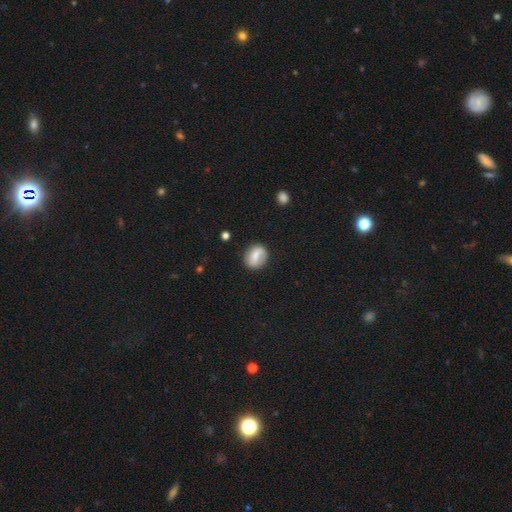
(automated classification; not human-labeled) Smooth or featured? Predicted: smooth (p=0.62). How rounded? Predicted: round (p=0.59). Merging? Predicted: none (p=0.79).